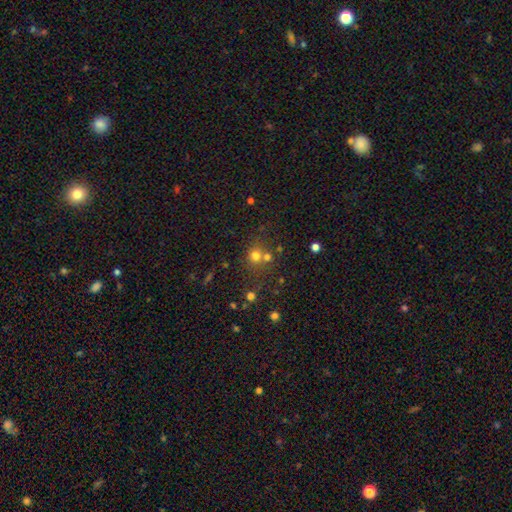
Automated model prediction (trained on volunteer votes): smooth 70%, star or artifact 20%, featured or disk 10%. Down the decision tree: how rounded — round (86%); merging — none (58%).